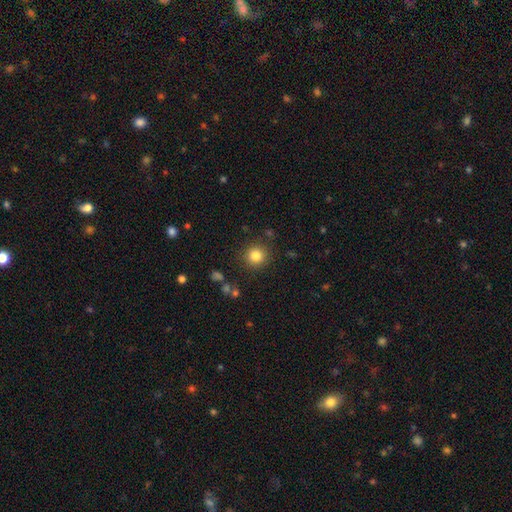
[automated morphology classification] smooth_or_featured: smooth (p=0.82) [alt: star or artifact p=0.12]
how_rounded: round (p=0.93) [alt: in between p=0.06]
merging: none (p=0.88) [alt: minor disturbance p=0.07]